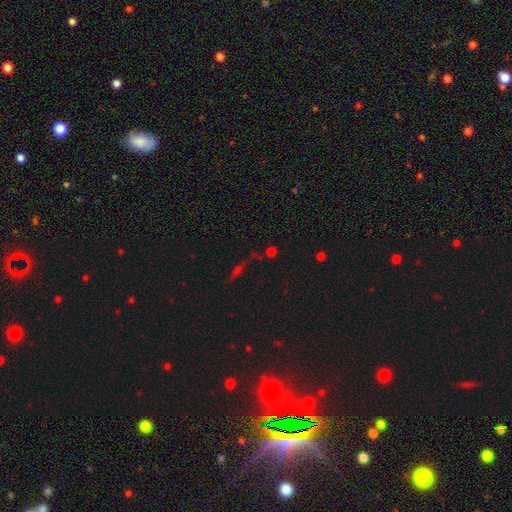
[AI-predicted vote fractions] This appears to be a star or artifact, not a galaxy (47%).